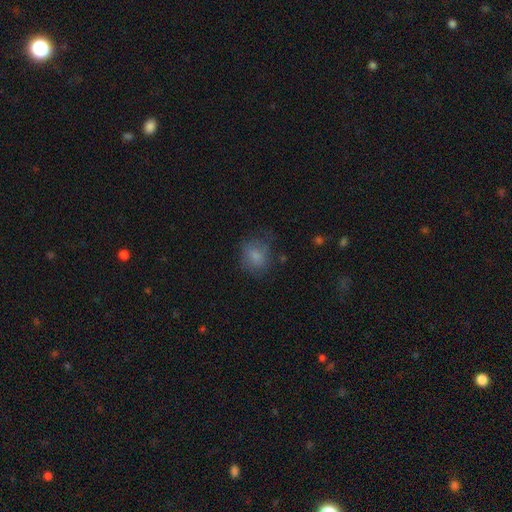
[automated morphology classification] The model was most divided on "merging": none: 60%, minor disturbance: 25%, major disturbance: 13%, merger: 2%. More confident: smooth or featured — smooth (77%); how rounded — round (71%).